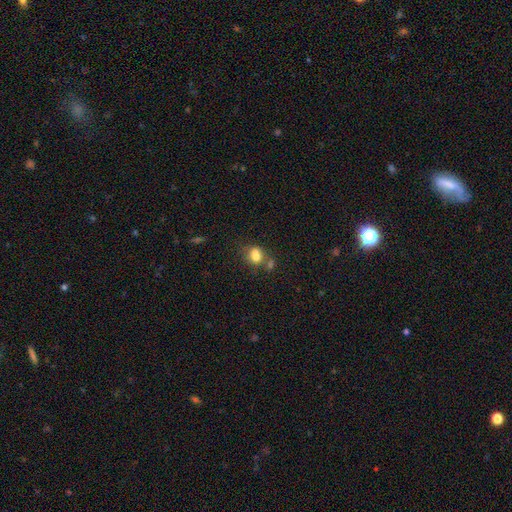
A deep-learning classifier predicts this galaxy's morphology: smooth-or-featured: smooth: 76% | featured or disk: 12% | star or artifact: 12%
  how-rounded: in between: 54% | round: 44% | cigar-shaped: 2%
  merging: none: 42% | merger: 34% | minor disturbance: 16% | major disturbance: 7%